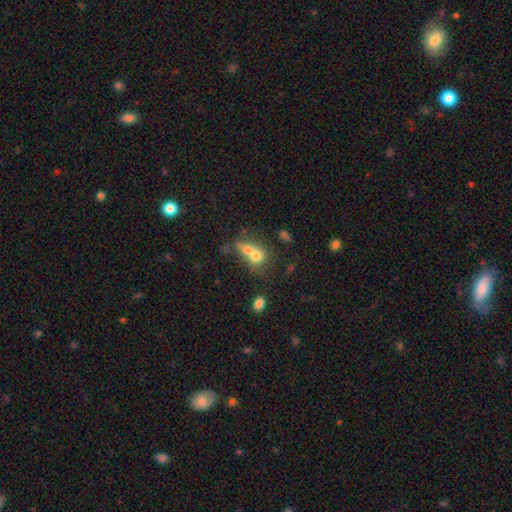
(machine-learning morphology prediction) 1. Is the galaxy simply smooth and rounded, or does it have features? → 68% smooth, 21% featured or disk, 11% star or artifact.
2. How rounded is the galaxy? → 60% round, 37% in between, 3% cigar-shaped.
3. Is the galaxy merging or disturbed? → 68% merger, 20% none, 7% minor disturbance, 5% major disturbance.